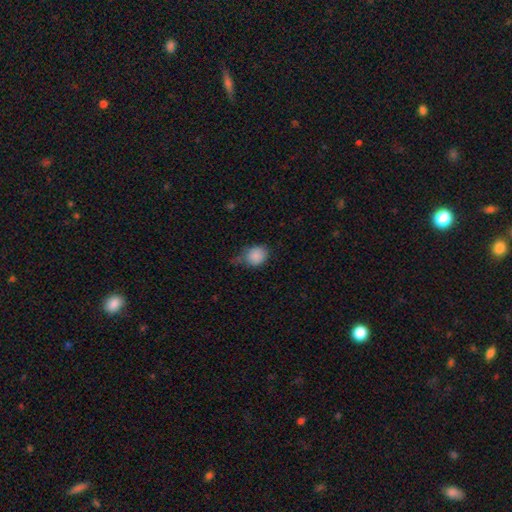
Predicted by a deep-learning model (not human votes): smooth-or-featured: smooth: 87% | star or artifact: 9% | featured or disk: 5%
  how-rounded: round: 60% | in between: 39% | cigar-shaped: 1%
  merging: none: 49% | minor disturbance: 38% | major disturbance: 10% | merger: 3%